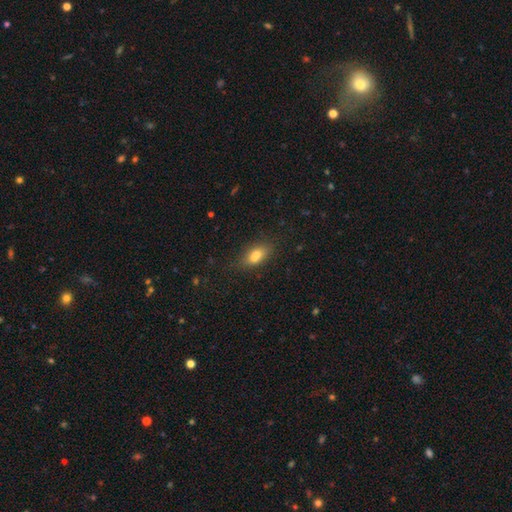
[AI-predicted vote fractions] Smooth or featured? smooth (74%)
How rounded? in between (81%)
Merging? none (57%)